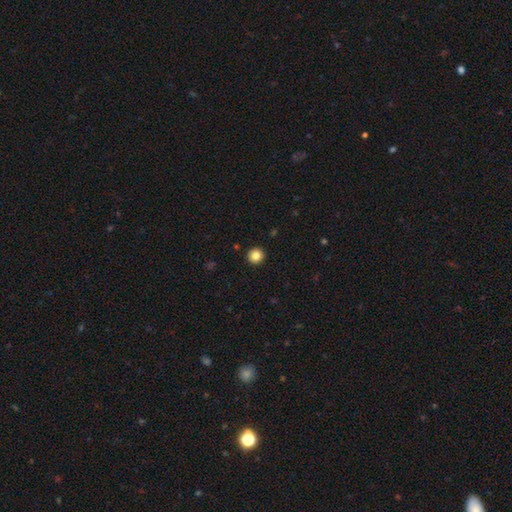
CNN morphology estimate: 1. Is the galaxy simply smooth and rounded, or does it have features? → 84% smooth, 11% star or artifact, 6% featured or disk.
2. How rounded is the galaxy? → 95% round, 4% in between, 1% cigar-shaped.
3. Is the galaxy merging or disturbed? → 94% none, 4% minor disturbance, 1% major disturbance, 1% merger.